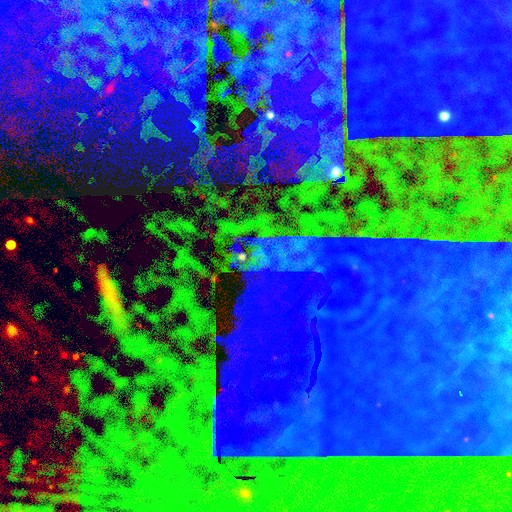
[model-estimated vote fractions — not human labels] The model was most divided on "smooth or featured": star or artifact: 80%, featured or disk: 11%, smooth: 9%.